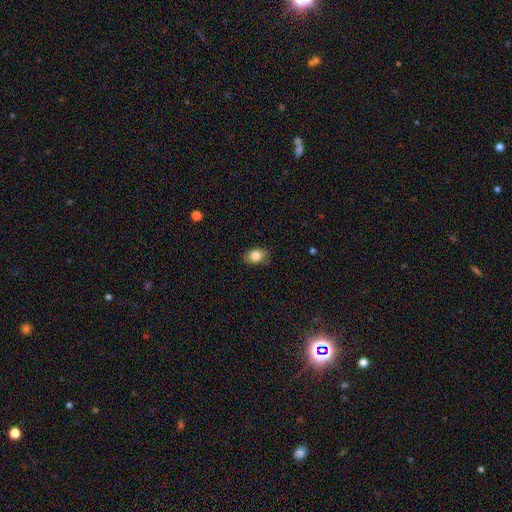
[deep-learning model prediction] smooth-or-featured: smooth: 83% | featured or disk: 9% | star or artifact: 8%
  how-rounded: in between: 74% | round: 24% | cigar-shaped: 1%
  merging: none: 81% | minor disturbance: 15% | major disturbance: 3% | merger: 1%